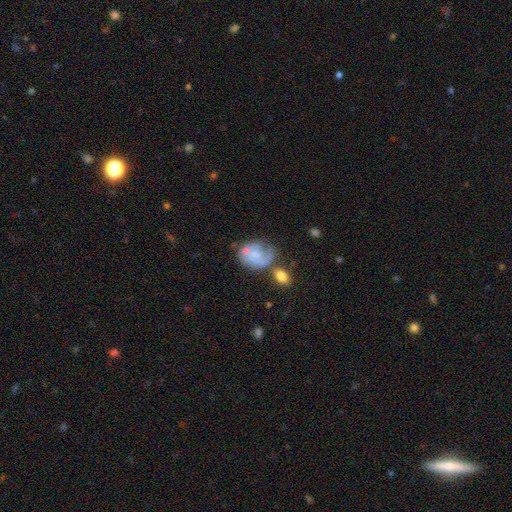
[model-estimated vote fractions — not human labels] This is possibly a smooth galaxy (46%, tied with featured or disk). Merging: marginally none (35%).